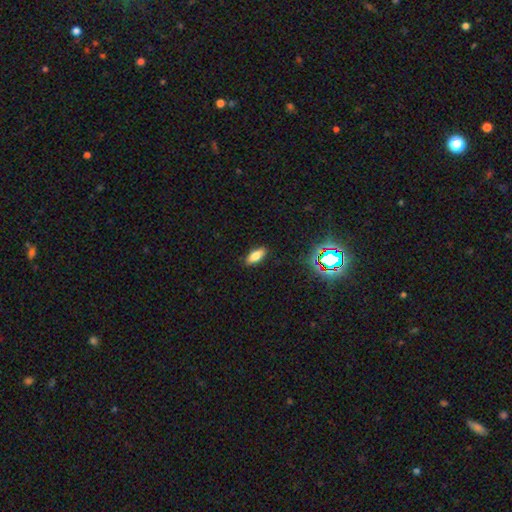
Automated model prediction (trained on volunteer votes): smooth_or_featured: smooth (p=0.77) [alt: featured or disk p=0.12]
how_rounded: in between (p=0.79) [alt: cigar-shaped p=0.18]
merging: none (p=0.88) [alt: minor disturbance p=0.09]